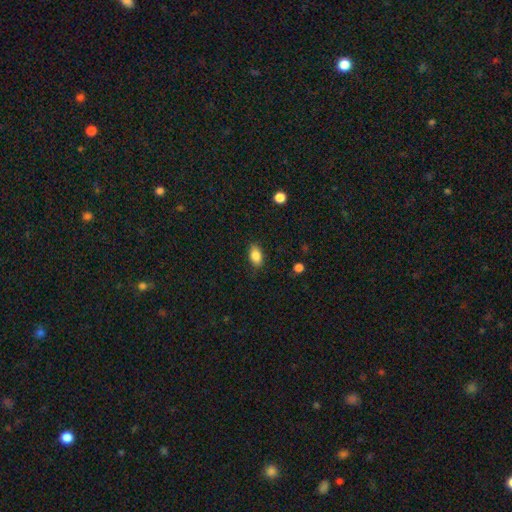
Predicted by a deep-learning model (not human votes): smooth_or_featured: smooth (p=0.85) [alt: star or artifact p=0.08]
how_rounded: in between (p=0.89) [alt: round p=0.08]
merging: none (p=0.85) [alt: minor disturbance p=0.11]